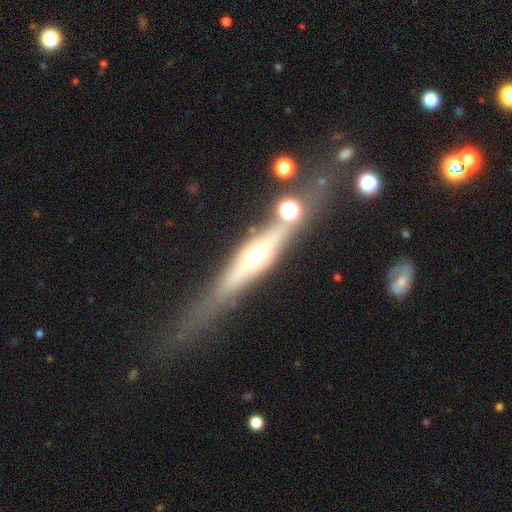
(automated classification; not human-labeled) This appears to be a featured or disk galaxy (73%) viewed edge-on (87%) with a rounded central bulge (78%). Merging: none (64%).